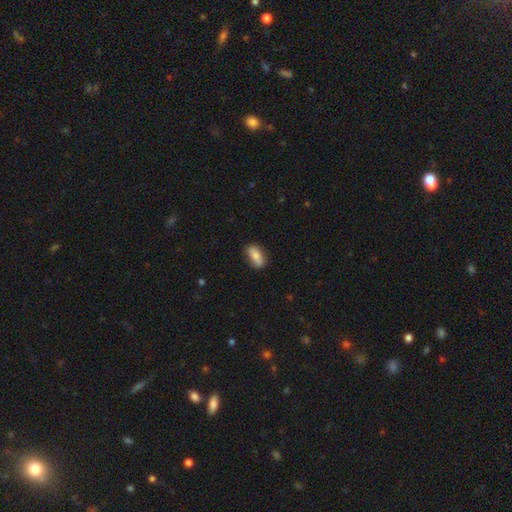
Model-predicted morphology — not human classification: smooth 79%, featured or disk 14%, star or artifact 7%. Down the decision tree: how rounded — in between (79%); merging — none (82%).